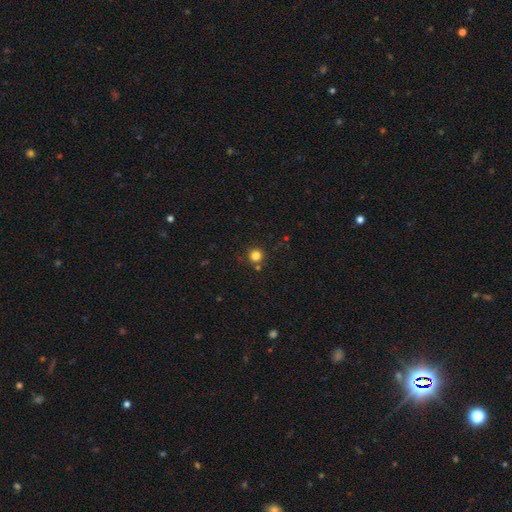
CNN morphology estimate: Overall: smooth (81%). How rounded: round (95%). Merging: none (83%).